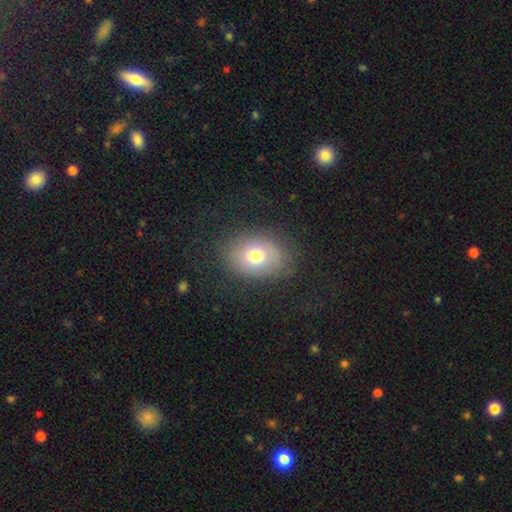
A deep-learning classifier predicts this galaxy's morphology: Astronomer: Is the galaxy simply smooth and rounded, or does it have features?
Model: smooth — 70%.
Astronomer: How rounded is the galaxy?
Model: in between — 62%.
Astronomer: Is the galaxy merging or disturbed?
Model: none — 77%.